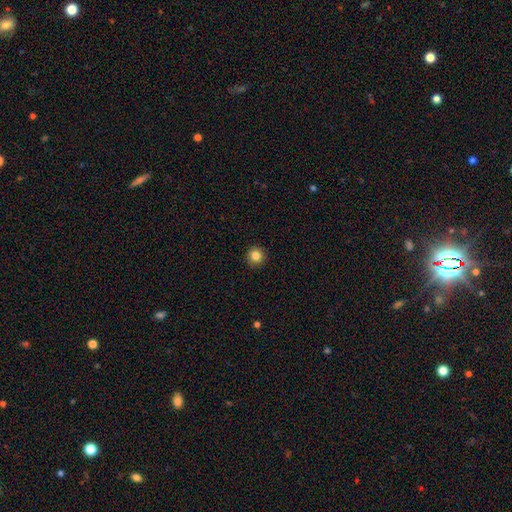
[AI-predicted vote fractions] Q: Smooth or featured?
A: smooth (84%); runner-up: star or artifact (11%)
Q: How rounded?
A: round (95%); runner-up: in between (4%)
Q: Merging?
A: none (92%); runner-up: minor disturbance (5%)